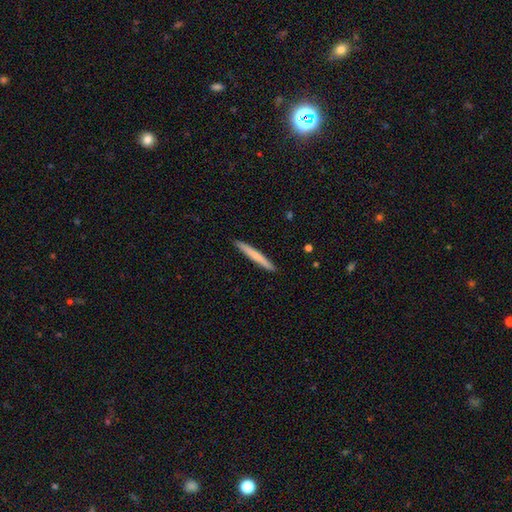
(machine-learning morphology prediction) A smooth galaxy with no disk features (66%) that is cigar-shaped (97%).

Vote fractions:
- Smooth or featured? smooth: 66% / featured or disk: 28% / star or artifact: 5%
- How rounded? cigar-shaped: 97% / in between: 2% / round: 1%
- Merging? none: 92% / minor disturbance: 5% / major disturbance: 1% / merger: 1%